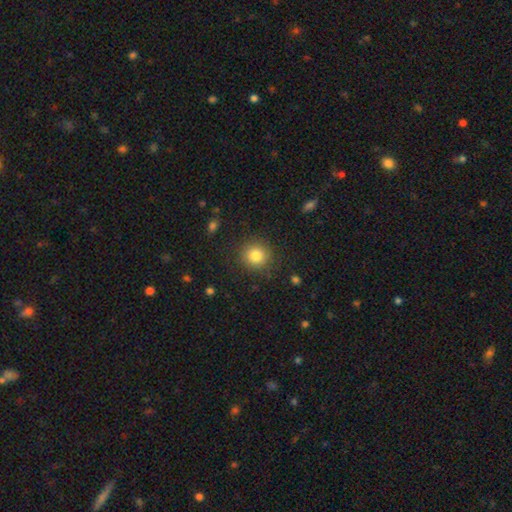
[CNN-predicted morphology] type=smooth (82%); roundness=round (91%); merging=none (87%).